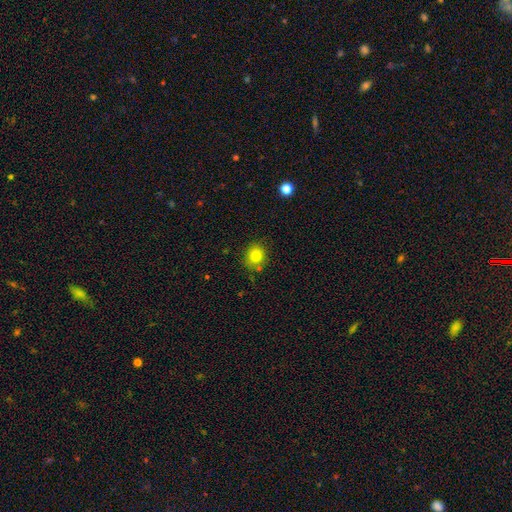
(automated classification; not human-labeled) Overall: smooth (83%). How rounded: round (74%). Merging: none (78%).